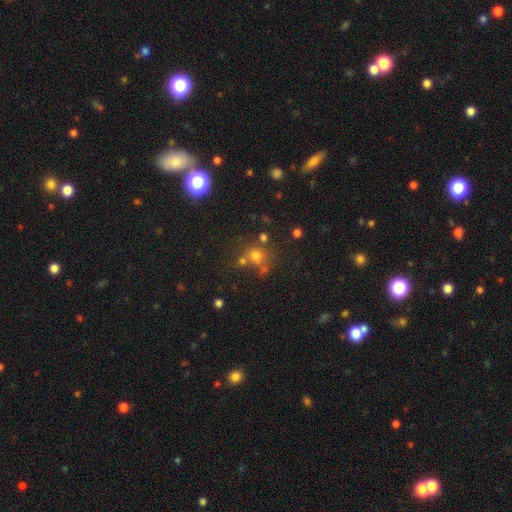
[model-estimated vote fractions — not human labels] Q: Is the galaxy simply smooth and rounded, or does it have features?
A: smooth — 64%.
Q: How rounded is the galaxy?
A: round — 85%.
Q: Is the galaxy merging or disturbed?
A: none — 60%.